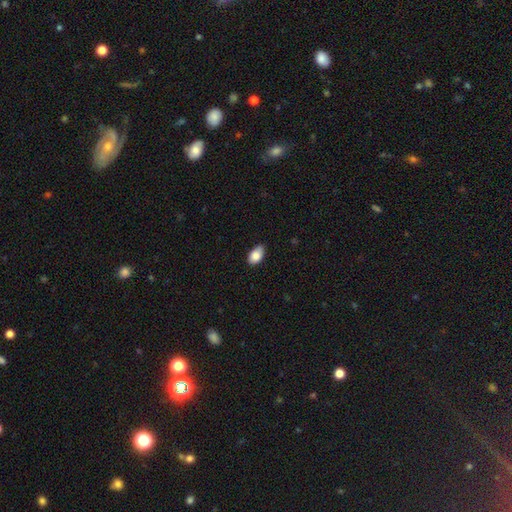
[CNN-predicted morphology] Smooth or featured: smooth — 86% (star or artifact — 7%)
How rounded: in between — 92% (round — 6%)
Merging: none — 74% (minor disturbance — 22%)